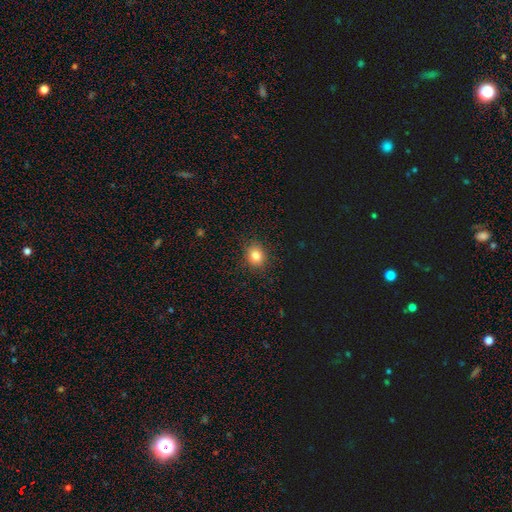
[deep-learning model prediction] A smooth galaxy with no disk features (81%) that is round (69%).

Vote fractions:
- Smooth or featured? smooth: 81% / star or artifact: 13% / featured or disk: 6%
- How rounded? round: 69% / in between: 30% / cigar-shaped: 1%
- Merging? none: 88% / minor disturbance: 9% / major disturbance: 2% / merger: 1%